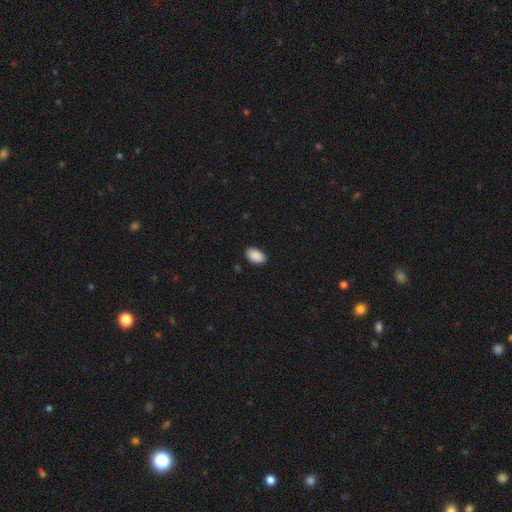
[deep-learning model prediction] A smooth galaxy with no disk features (90%) that is in between round and cigar-shaped (93%).

Vote fractions:
- Smooth or featured? smooth: 90% / star or artifact: 7% / featured or disk: 3%
- How rounded? in between: 93% / round: 6% / cigar-shaped: 1%
- Merging? none: 87% / minor disturbance: 10% / major disturbance: 2% / merger: 1%